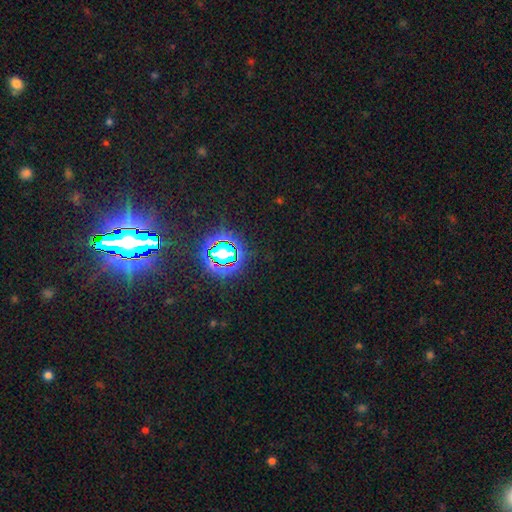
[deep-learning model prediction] The model was most divided on "smooth or featured": star or artifact: 82%, smooth: 10%, featured or disk: 8%.